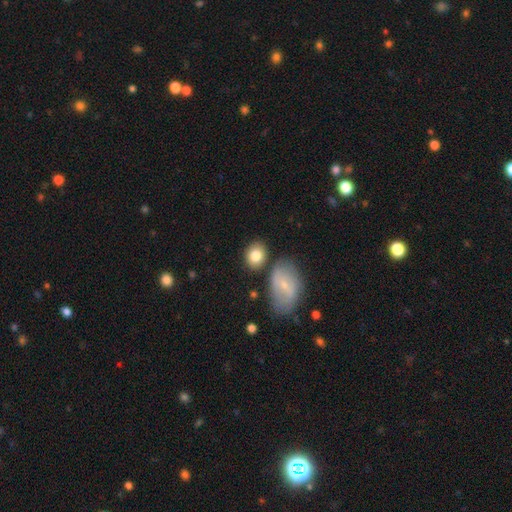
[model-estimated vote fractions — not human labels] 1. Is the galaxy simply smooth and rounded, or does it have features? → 80% smooth, 13% featured or disk, 7% star or artifact.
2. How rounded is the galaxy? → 55% in between, 44% round, 1% cigar-shaped.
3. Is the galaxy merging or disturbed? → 71% none, 13% minor disturbance, 12% merger, 4% major disturbance.